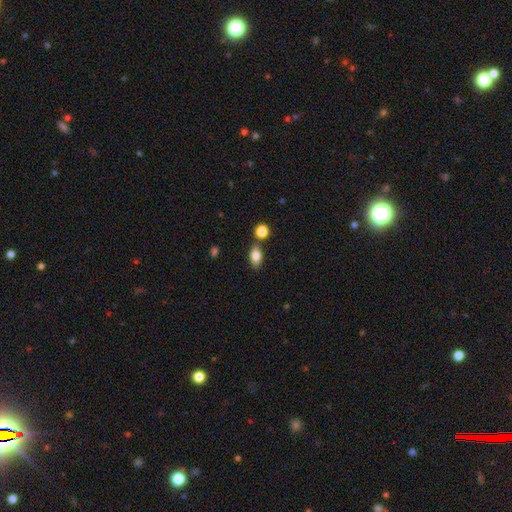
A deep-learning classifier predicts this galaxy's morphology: smooth 80%, featured or disk 11%, star or artifact 9%. Down the decision tree: how rounded — in between (83%); merging — none (72%).